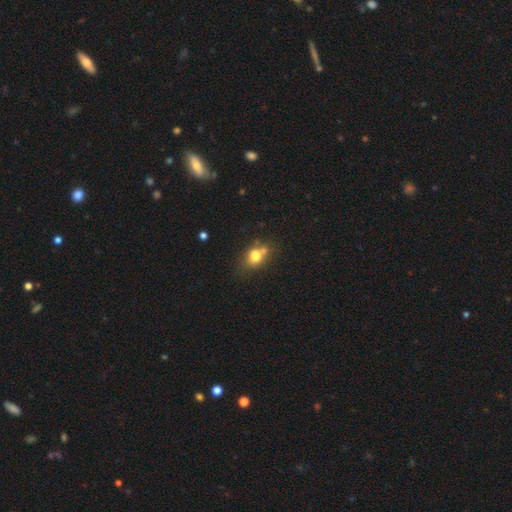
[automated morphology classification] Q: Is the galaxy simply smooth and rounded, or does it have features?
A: smooth — 74%.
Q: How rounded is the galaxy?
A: in between — 53%.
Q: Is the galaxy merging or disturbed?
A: none — 49%.